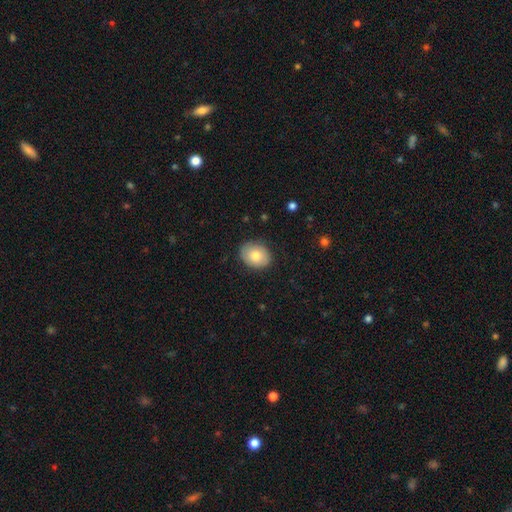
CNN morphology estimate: This appears to be a smooth galaxy with no disk features (78%) that is in between round and cigar-shaped (57%). Merging: none (85%).